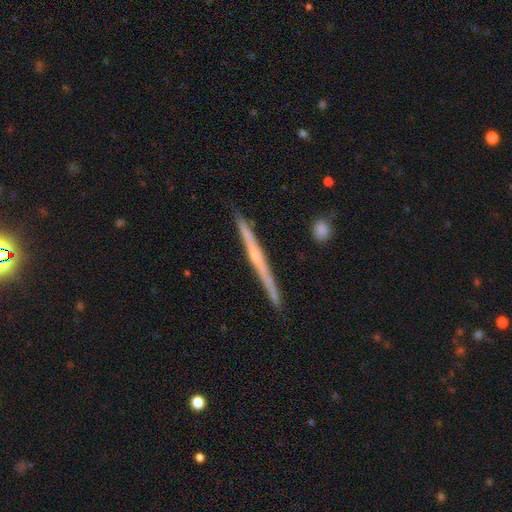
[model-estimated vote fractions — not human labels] The model was most divided on "edge-on bulge": none: 58%, rounded: 35%, boxy: 7%. More confident: edge-on disk — yes (98%); merging — none (87%); smooth or featured — featured or disk (68%).